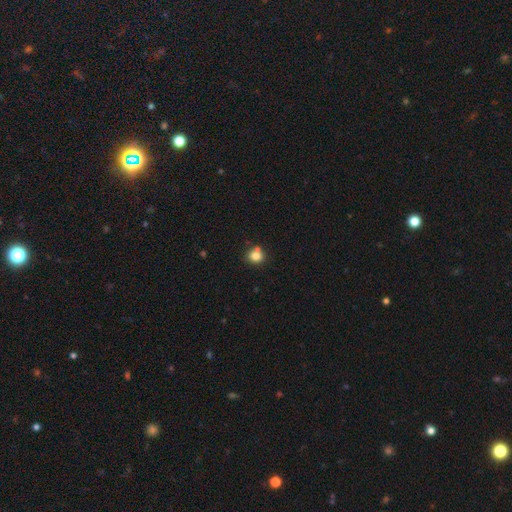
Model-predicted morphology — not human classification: This is clearly a smooth galaxy (81%). How rounded: likely round (78%). Merging: likely none (64%).